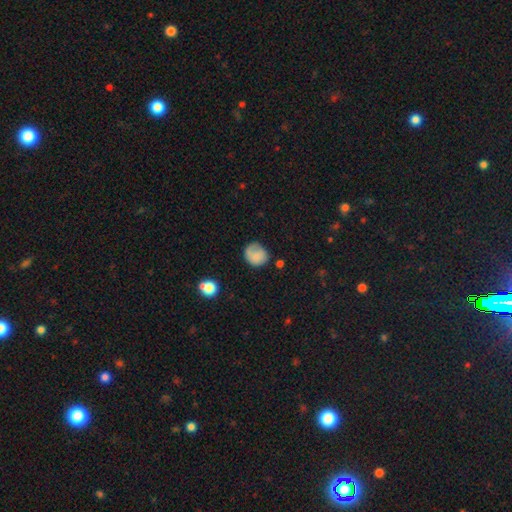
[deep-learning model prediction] smooth_or_featured: smooth (p=0.77) [alt: featured or disk p=0.14]
how_rounded: round (p=0.76) [alt: in between p=0.23]
merging: none (p=0.60) [alt: minor disturbance p=0.26]